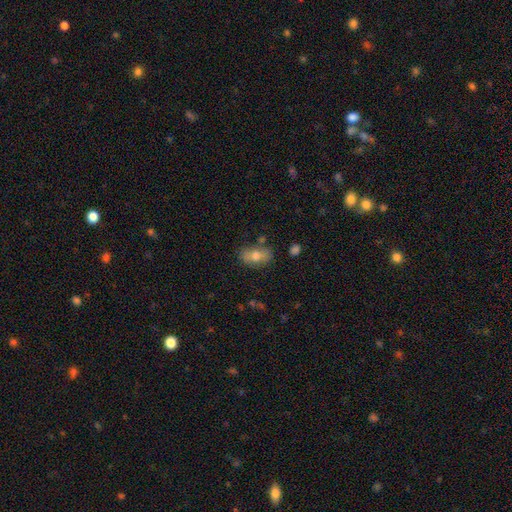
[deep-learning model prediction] Smooth or featured: smooth — 70% (featured or disk — 21%)
How rounded: in between — 87% (round — 8%)
Merging: none — 74% (minor disturbance — 17%)